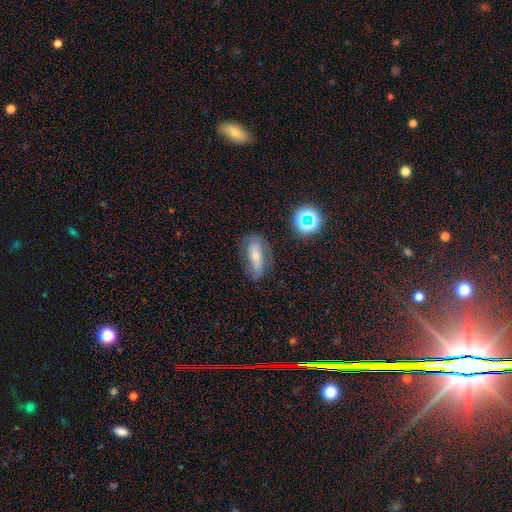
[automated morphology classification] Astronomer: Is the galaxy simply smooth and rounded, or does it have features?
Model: smooth — 46% (runner-up: featured or disk, 41%).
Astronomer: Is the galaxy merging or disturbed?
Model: none — 64%.